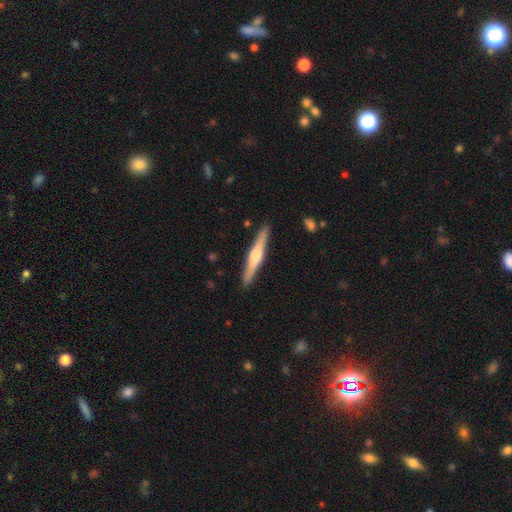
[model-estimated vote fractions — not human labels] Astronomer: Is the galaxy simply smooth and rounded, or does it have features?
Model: featured or disk — 63%.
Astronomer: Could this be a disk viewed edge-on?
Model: yes — 97%.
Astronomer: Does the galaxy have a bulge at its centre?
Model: rounded — 85%.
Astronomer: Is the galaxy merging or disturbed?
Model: none — 91%.